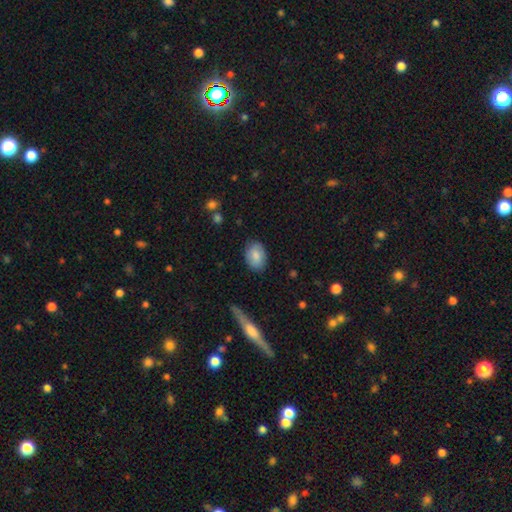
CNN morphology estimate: This is clearly a smooth galaxy (85%). How rounded: clearly in between (82%). Merging: clearly none (84%).